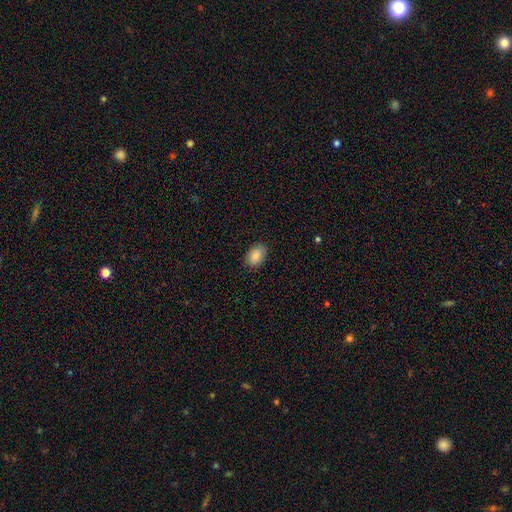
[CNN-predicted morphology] This is clearly a smooth galaxy (88%). How rounded: clearly in between (84%). Merging: clearly none (86%).